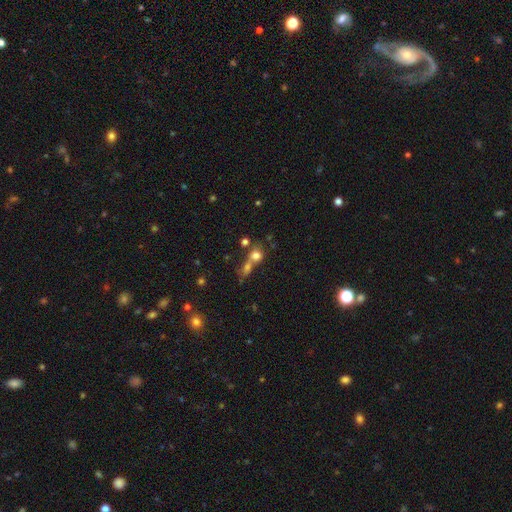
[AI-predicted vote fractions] Smooth or featured? smooth (71%)
How rounded? round (77%)
Merging? merger (52%)